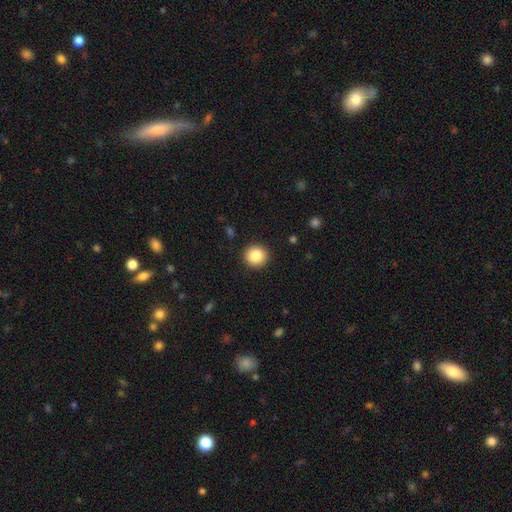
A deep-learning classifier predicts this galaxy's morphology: A smooth galaxy with no disk features (86%) that is round (92%).

Vote fractions:
- Smooth or featured? smooth: 86% / star or artifact: 9% / featured or disk: 5%
- How rounded? round: 92% / in between: 7% / cigar-shaped: 1%
- Merging? none: 92% / minor disturbance: 6% / major disturbance: 2% / merger: 1%